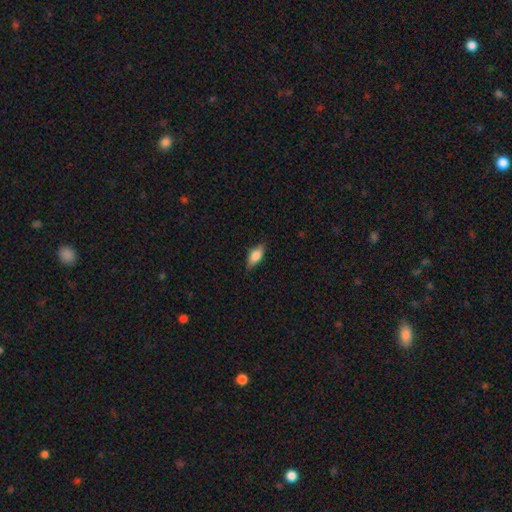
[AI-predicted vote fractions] Smooth or featured? smooth (79%)
How rounded? in between (81%)
Merging? none (81%)